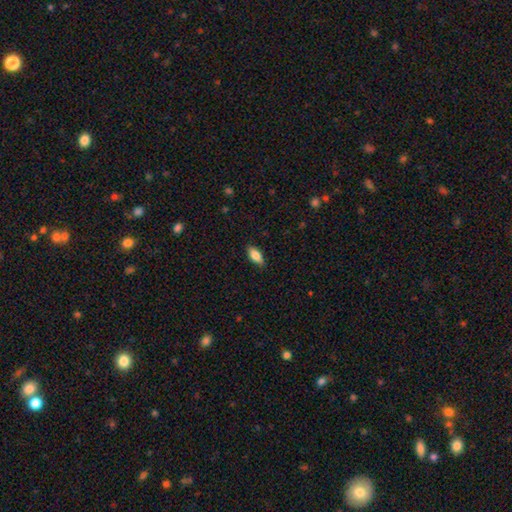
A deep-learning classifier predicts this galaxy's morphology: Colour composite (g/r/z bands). It shows a smooth galaxy with no disk features (81%) that is in between round and cigar-shaped (84%). Merging: none (85%).